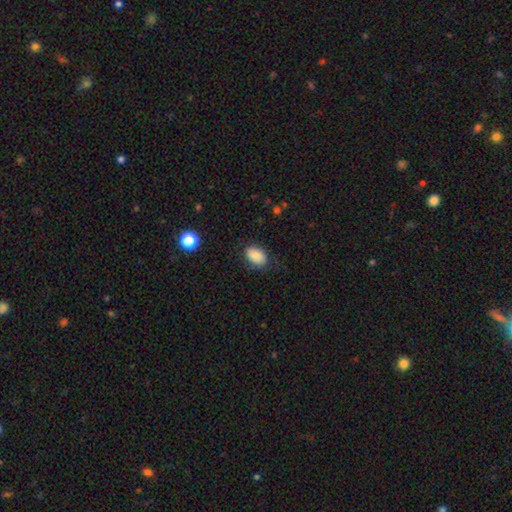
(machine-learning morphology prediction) A smooth galaxy with no disk features (88%) that is in between round and cigar-shaped (87%). Merging: none (82%).